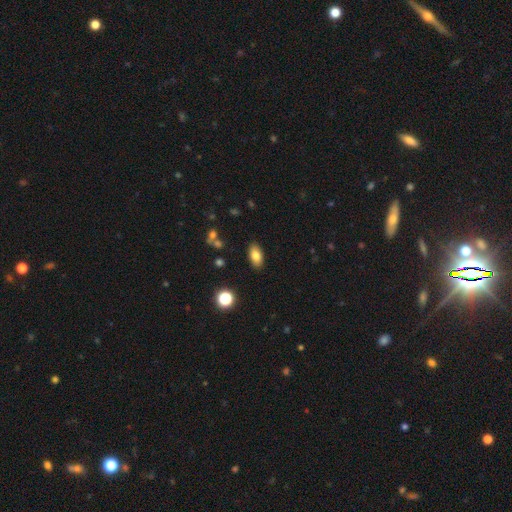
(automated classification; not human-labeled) A smooth galaxy with no disk features (80%) that is in between round and cigar-shaped (90%). Merging: none (87%).